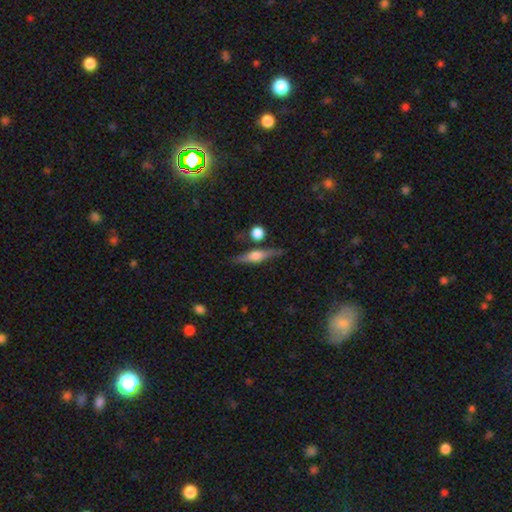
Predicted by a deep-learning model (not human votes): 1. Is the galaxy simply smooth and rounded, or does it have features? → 66% featured or disk, 27% smooth, 7% star or artifact.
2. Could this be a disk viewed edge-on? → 95% yes, 5% no.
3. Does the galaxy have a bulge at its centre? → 89% rounded, 7% boxy, 3% none.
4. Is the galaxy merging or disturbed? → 79% none, 12% minor disturbance, 6% merger, 3% major disturbance.